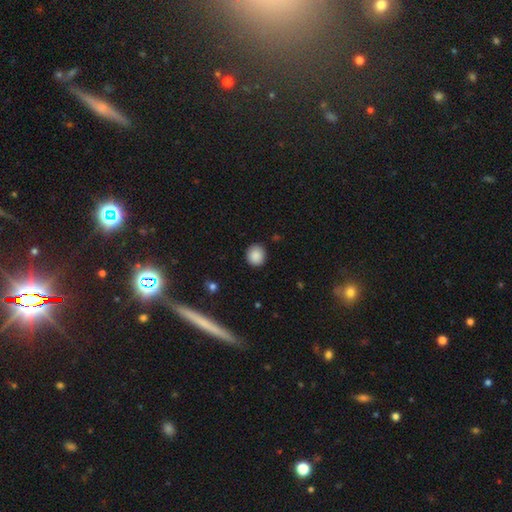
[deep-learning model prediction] smooth 87%, star or artifact 9%, featured or disk 4%. Down the decision tree: how rounded — round (88%); merging — none (89%).